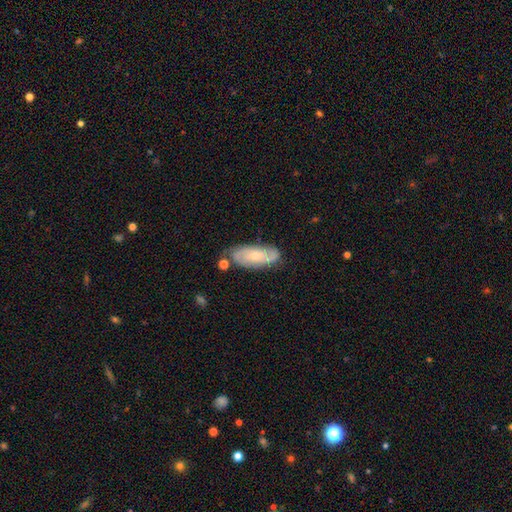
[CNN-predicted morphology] featured or disk 68%, smooth 26%, star or artifact 6%. Down the decision tree: edge-on disk — no (91%); bar — no (68%); spiral arms — yes (89%); spiral arm count — 2 (52%); spiral winding — tight (52%); bulge size — small (66%); merging — none (71%).